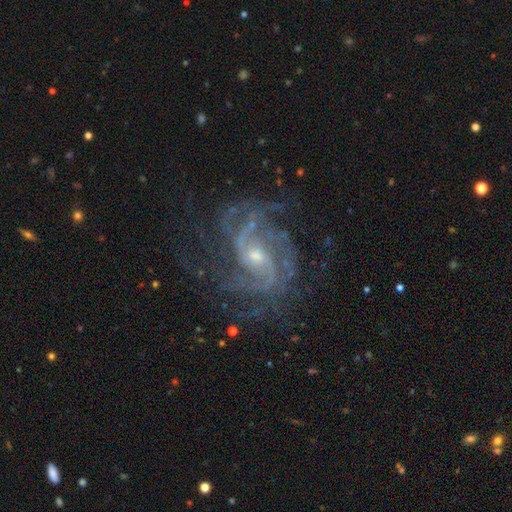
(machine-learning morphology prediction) This appears to be a featured or disk galaxy (88%) with no bar (43%), 2 (29%) medium (45%) spiral arms (98%) and a small central bulge (62%). Merging: none (73%).